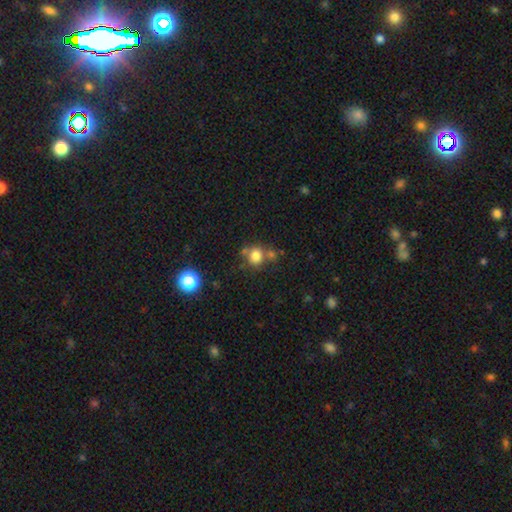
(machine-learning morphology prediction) Smooth or featured: smooth — 79% (star or artifact — 13%)
How rounded: round — 82% (in between — 17%)
Merging: none — 59% (merger — 22%)